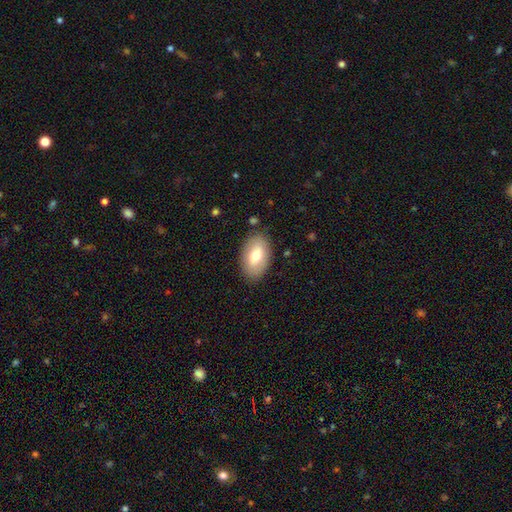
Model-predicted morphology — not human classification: This appears to be a smooth galaxy with no disk features (70%) that is in between round and cigar-shaped (92%). Merging: none (84%).